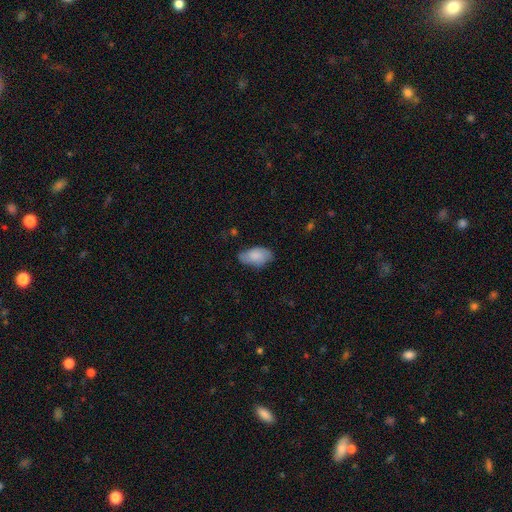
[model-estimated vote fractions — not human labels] smooth 77%, featured or disk 17%, star or artifact 6%. Down the decision tree: how rounded — in between (94%); merging — none (68%).